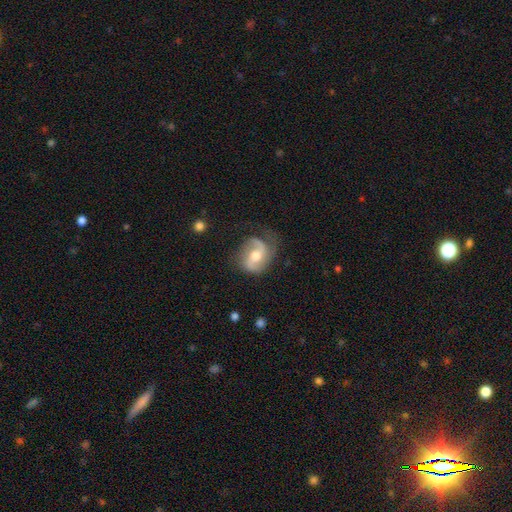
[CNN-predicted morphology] This is likely a featured or disk galaxy (77%). It is clearly not viewed edge-on (97%). Bar: marginally weak (43%). Spiral arm pattern: clearly yes (93%). Spiral arm count: likely 2 (80%). Spiral winding: marginally medium (44%). Central bulge: likely moderate (73%). Merging: likely none (62%).